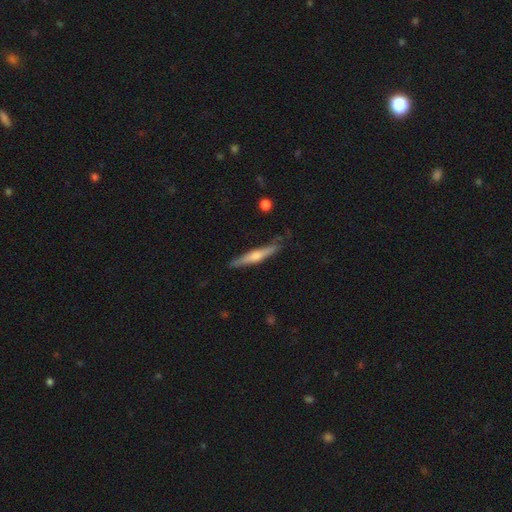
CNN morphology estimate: Smooth or featured: featured or disk — 57% (smooth — 37%)
Edge-on disk: yes — 95% (no — 5%)
Edge-on bulge: rounded — 79% (none — 13%)
Merging: none — 79% (minor disturbance — 15%)